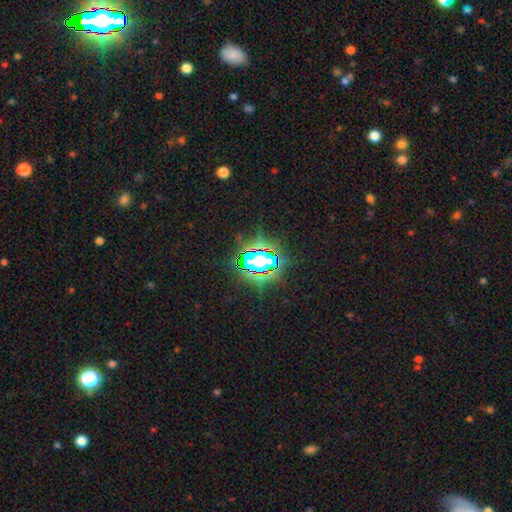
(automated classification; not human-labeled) Smooth or featured? Predicted: star or artifact (p=0.78).